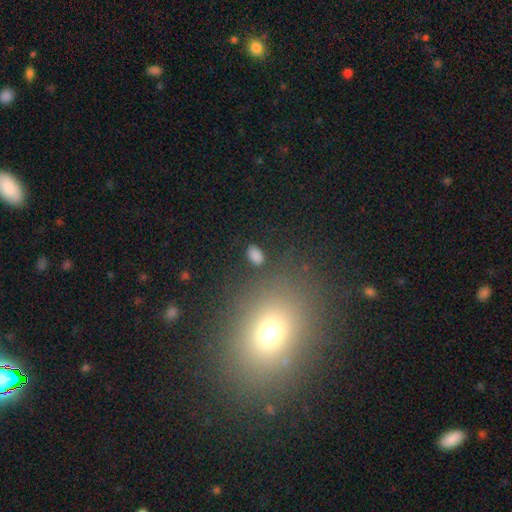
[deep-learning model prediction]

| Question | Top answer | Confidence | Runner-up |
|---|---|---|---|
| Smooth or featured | smooth | 81% | star or artifact (14%) |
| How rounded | in between | 87% | round (11%) |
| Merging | none | 82% | minor disturbance (11%) |